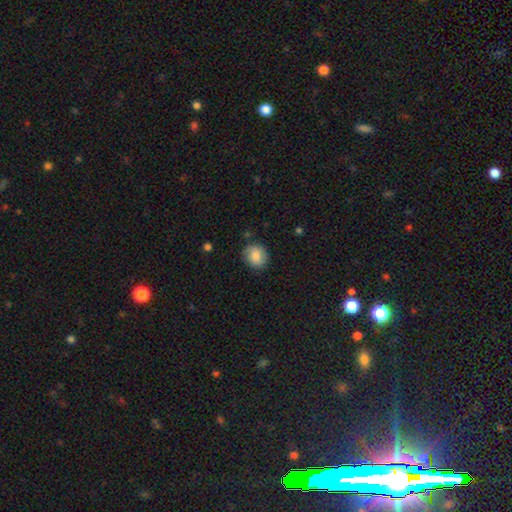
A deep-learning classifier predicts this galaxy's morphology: Smooth or featured: smooth — 81% (featured or disk — 11%)
How rounded: round — 72% (in between — 27%)
Merging: none — 81% (minor disturbance — 14%)